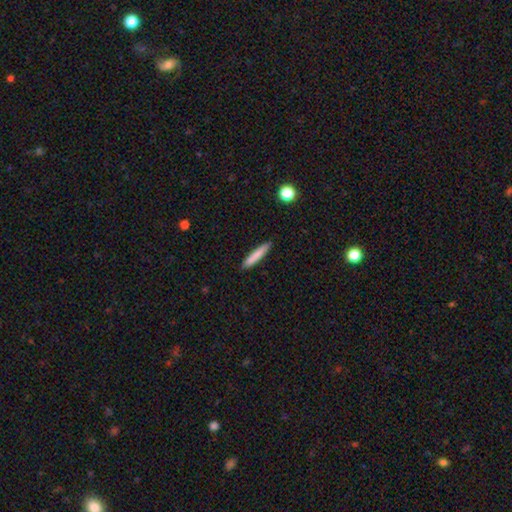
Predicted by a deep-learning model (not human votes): Morphology: type=smooth (79%); roundness=cigar-shaped (93%); merging=none (90%).